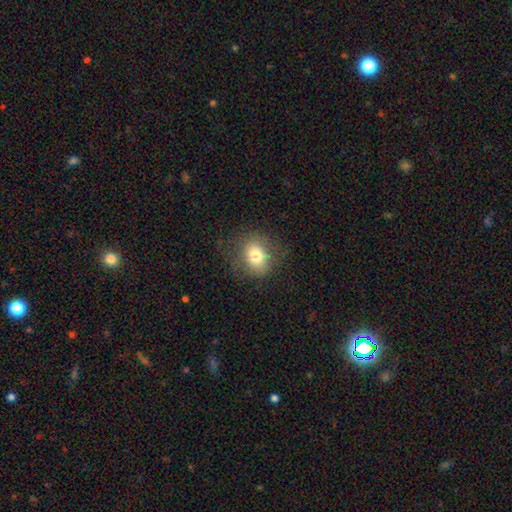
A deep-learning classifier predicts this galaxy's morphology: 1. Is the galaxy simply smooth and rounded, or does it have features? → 78% smooth, 12% featured or disk, 10% star or artifact.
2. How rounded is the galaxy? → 51% round, 48% in between, 1% cigar-shaped.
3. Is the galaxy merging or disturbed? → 76% none, 15% minor disturbance, 8% major disturbance, 1% merger.